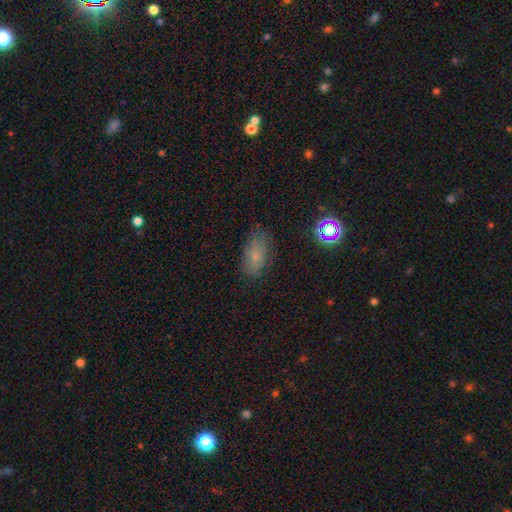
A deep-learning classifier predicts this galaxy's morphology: Q: Smooth or featured?
A: smooth (67%); runner-up: featured or disk (17%)
Q: How rounded?
A: in between (88%); runner-up: round (7%)
Q: Merging?
A: none (75%); runner-up: minor disturbance (18%)